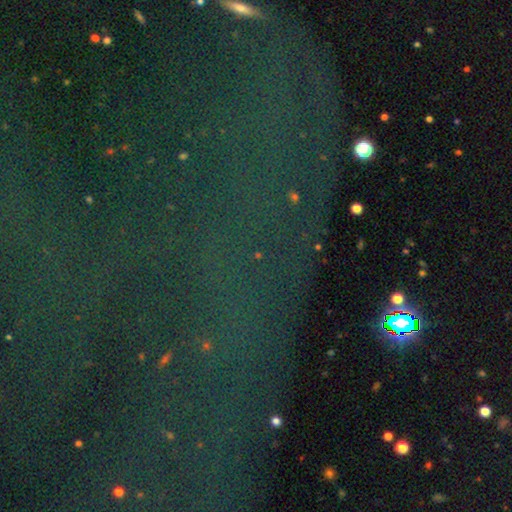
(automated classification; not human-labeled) Q: Smooth or featured?
A: star or artifact (82%); runner-up: smooth (9%)